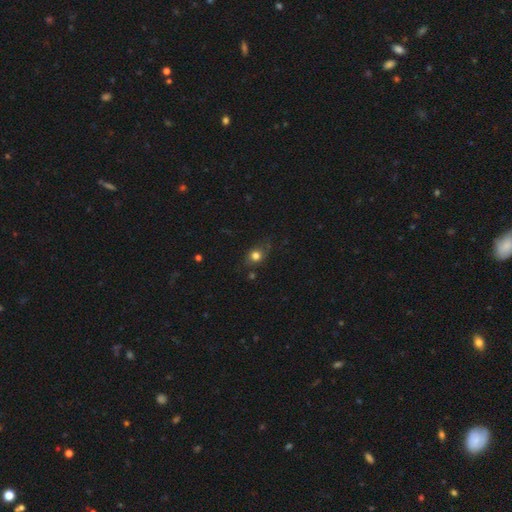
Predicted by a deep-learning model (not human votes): A smooth galaxy with no disk features (75%) that is round (55%). Merging: none (67%).